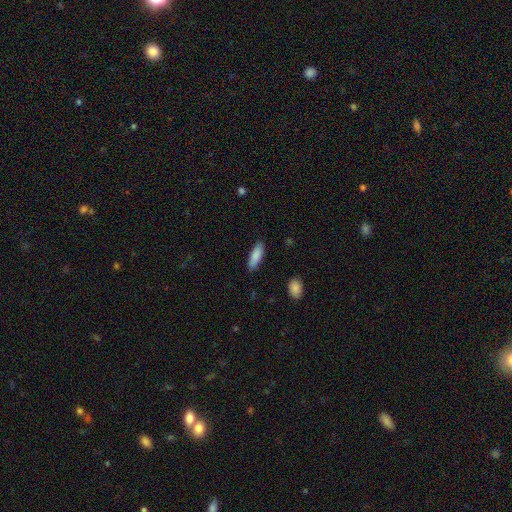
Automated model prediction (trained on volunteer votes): Morphology: type=smooth (87%); roundness=in between (53%); merging=none (88%).